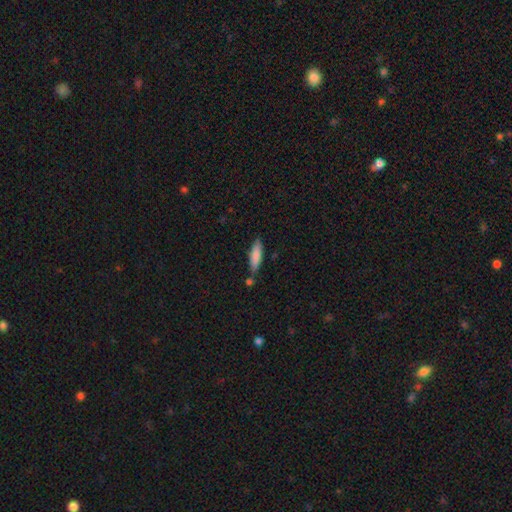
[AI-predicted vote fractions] smooth_or_featured: smooth (p=0.83) [alt: featured or disk p=0.11]
how_rounded: cigar-shaped (p=0.64) [alt: in between p=0.34]
merging: none (p=0.71) [alt: minor disturbance p=0.16]